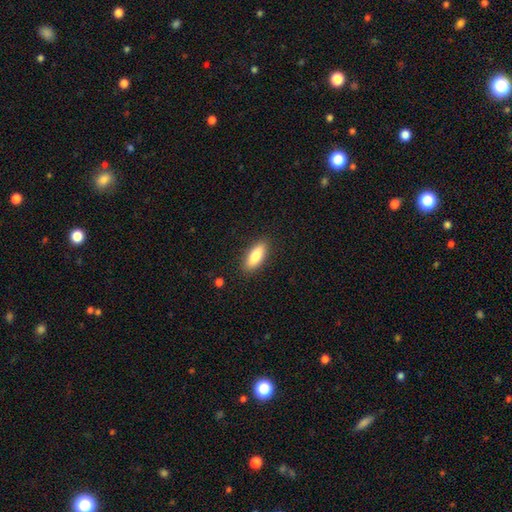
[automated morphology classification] The model was most divided on "how rounded": in between: 68%, cigar-shaped: 30%, round: 2%. More confident: merging — none (88%); smooth or featured — smooth (84%).